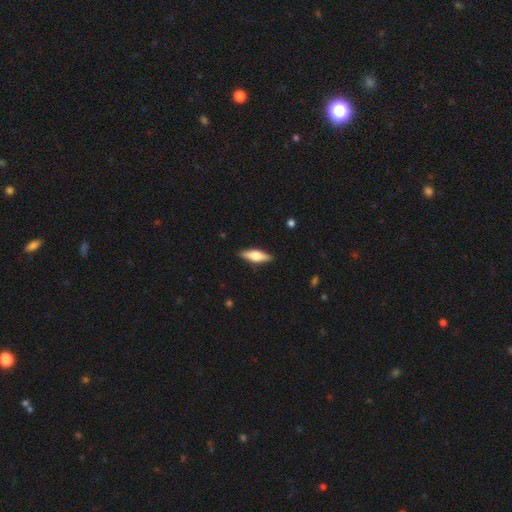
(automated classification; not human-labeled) The model was most divided on "how rounded": in between: 52%, cigar-shaped: 46%, round: 2%. More confident: merging — none (89%); smooth or featured — smooth (56%).